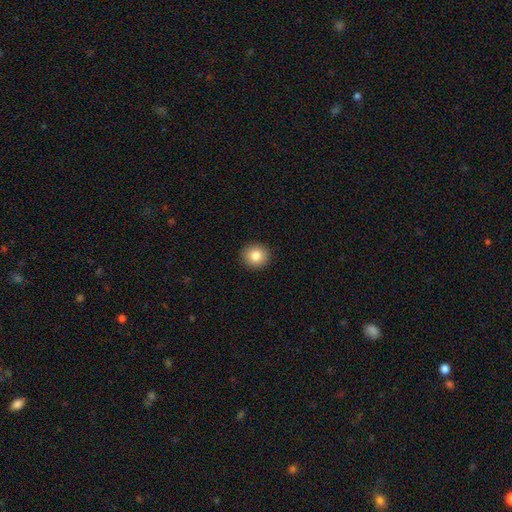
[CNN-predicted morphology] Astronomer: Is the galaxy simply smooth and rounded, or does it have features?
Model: smooth — 83%.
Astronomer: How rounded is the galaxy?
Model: round — 91%.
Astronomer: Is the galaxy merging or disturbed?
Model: none — 92%.